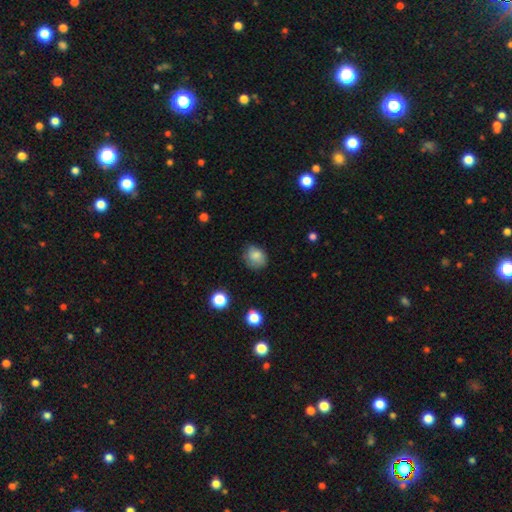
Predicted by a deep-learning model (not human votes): Q: Smooth or featured?
A: smooth (81%); runner-up: star or artifact (10%)
Q: How rounded?
A: round (64%); runner-up: in between (35%)
Q: Merging?
A: none (65%); runner-up: minor disturbance (27%)